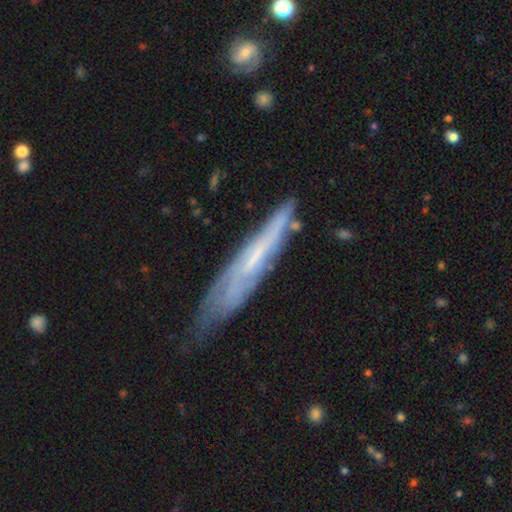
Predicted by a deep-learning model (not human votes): Smooth or featured: featured or disk — 59% (smooth — 34%)
Edge-on disk: yes — 69% (no — 31%)
Merging: none — 60% (minor disturbance — 30%)